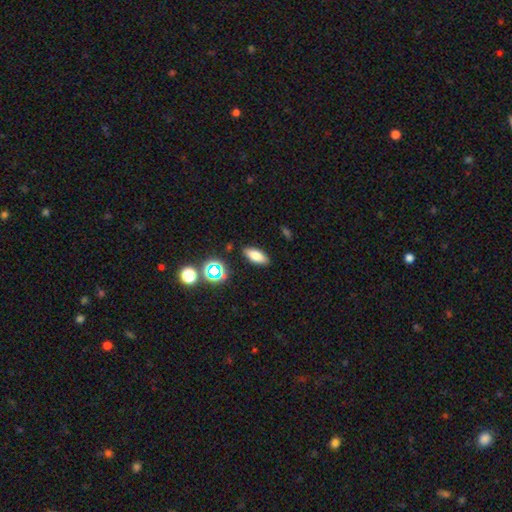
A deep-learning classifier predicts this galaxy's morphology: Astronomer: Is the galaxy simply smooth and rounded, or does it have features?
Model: smooth — 74%.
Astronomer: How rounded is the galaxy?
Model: in between — 77%.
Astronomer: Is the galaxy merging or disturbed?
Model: none — 87%.